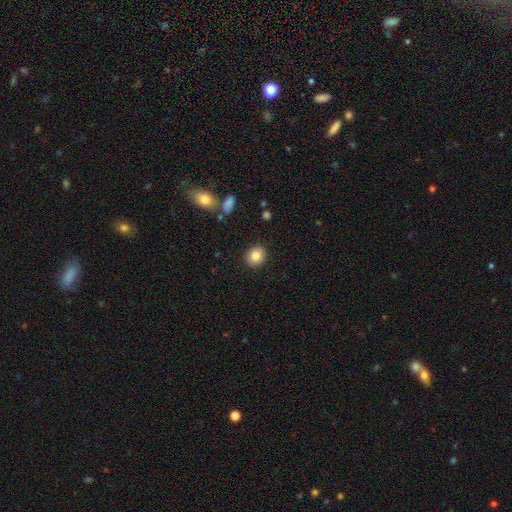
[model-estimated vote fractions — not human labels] Morphology: type=smooth (83%); roundness=round (72%); merging=none (90%).